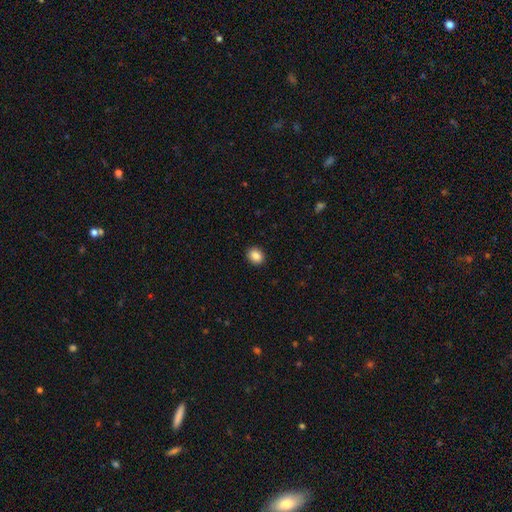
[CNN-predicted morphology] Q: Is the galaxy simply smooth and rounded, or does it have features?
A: smooth — 87%.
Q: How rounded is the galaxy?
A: round — 59%.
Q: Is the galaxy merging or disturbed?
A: none — 92%.